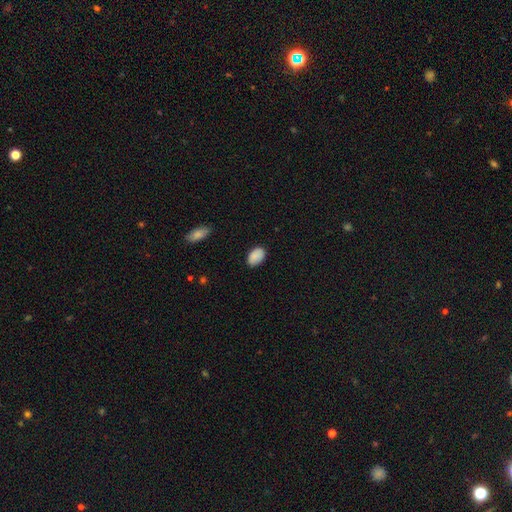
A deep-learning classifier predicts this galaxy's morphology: This is clearly a smooth galaxy (89%). How rounded: clearly in between (92%). Merging: clearly none (82%).